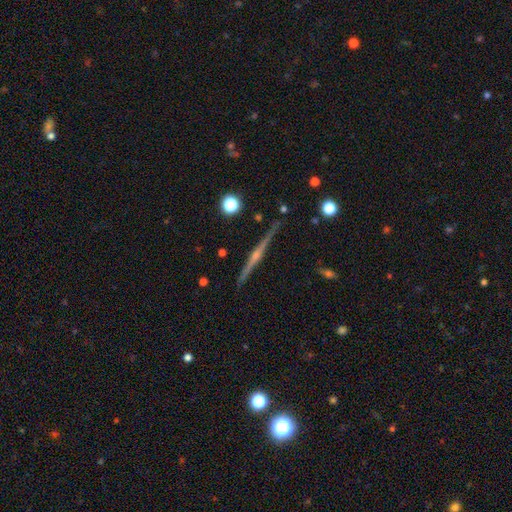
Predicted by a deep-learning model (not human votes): smooth_or_featured: featured or disk (p=0.84) [alt: smooth p=0.10]
disk_edge_on: yes (p=0.98) [alt: no p=0.02]
edge_on_bulge: rounded (p=0.81) [alt: none p=0.11]
merging: none (p=0.91) [alt: minor disturbance p=0.06]